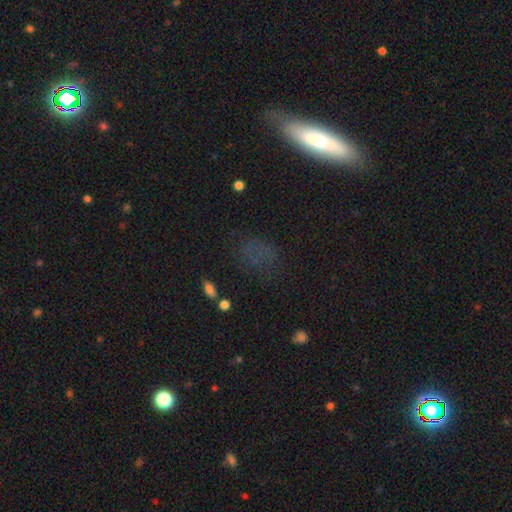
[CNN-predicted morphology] Smooth or featured?
  - smooth: 51% *
  - featured or disk: 25%
  - star or artifact: 24%
How rounded?
  - in between: 44% *
  - cigar-shaped: 31%
  - round: 25%
Merging?
  - none: 70% *
  - minor disturbance: 17%
  - major disturbance: 10%
  - merger: 3%